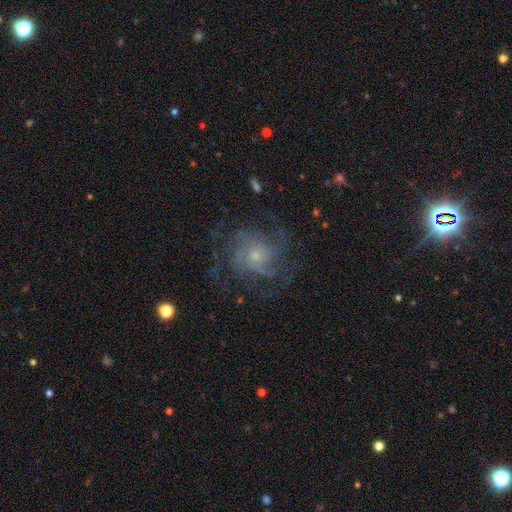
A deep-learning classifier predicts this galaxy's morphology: A featured or disk galaxy (76%) with no bar (79%), tight (43%) spiral arms (90%) and a small central bulge (67%).

Vote fractions:
- Smooth or featured? featured or disk: 76% / smooth: 14% / star or artifact: 10%
- Edge-on disk? no: 97% / yes: 3%
- Bar? no: 79% / weak: 18% / strong: 3%
- Spiral arms? yes: 90% / no: 10%
- Spiral winding? tight: 43% / medium: 40% / loose: 17%
- Spiral arm count? can't tell: 32% / 4: 24% / 3: 19% / 2: 11% / more than 4: 9% / 1: 6%
- Bulge size? small: 67% / moderate: 25% / none: 4% / large: 3% / dominant: 1%
- Merging? none: 67% / minor disturbance: 16% / major disturbance: 16% / merger: 1%